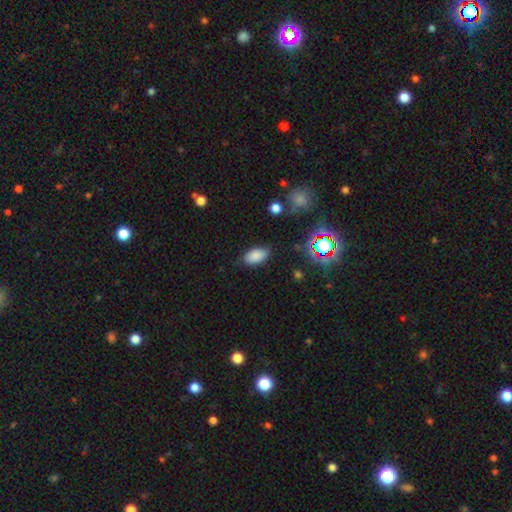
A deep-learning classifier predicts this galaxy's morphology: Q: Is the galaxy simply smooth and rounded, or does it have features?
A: smooth — 83%.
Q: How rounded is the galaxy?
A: in between — 93%.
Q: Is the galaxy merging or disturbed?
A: none — 82%.